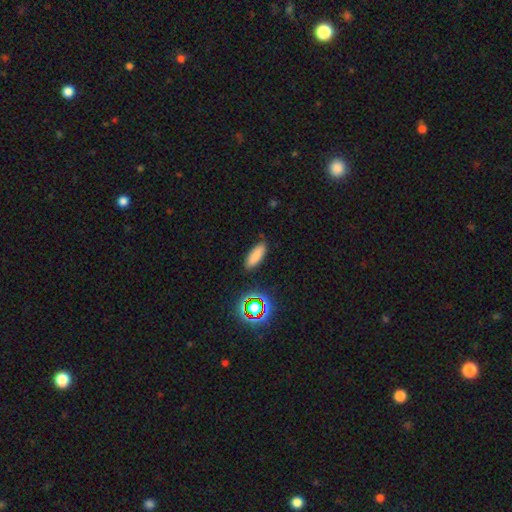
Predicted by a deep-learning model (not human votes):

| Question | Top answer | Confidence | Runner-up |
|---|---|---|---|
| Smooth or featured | smooth | 79% | star or artifact (14%) |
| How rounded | in between | 61% | cigar-shaped (36%) |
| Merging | none | 86% | minor disturbance (10%) |